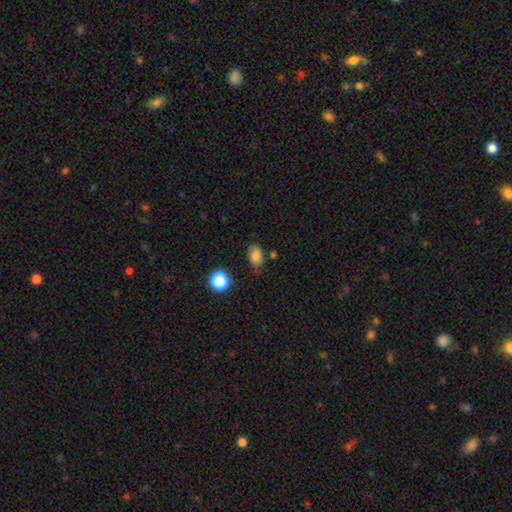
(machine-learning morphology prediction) Overall: smooth (81%). How rounded: in between (84%). Merging: none (68%).